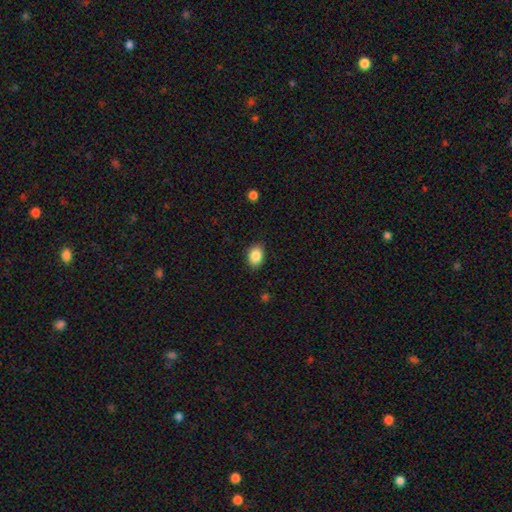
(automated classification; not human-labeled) smooth-or-featured: smooth: 87% | star or artifact: 8% | featured or disk: 5%
  how-rounded: in between: 73% | round: 26% | cigar-shaped: 1%
  merging: none: 86% | minor disturbance: 11% | major disturbance: 2% | merger: 1%